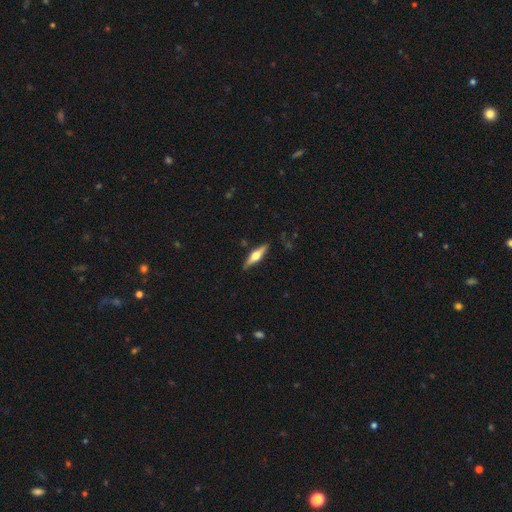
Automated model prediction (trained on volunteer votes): This is likely a featured or disk galaxy (68%). It is clearly viewed edge-on (97%). Edge-on bulge: clearly rounded (93%). Merging: clearly none (87%).